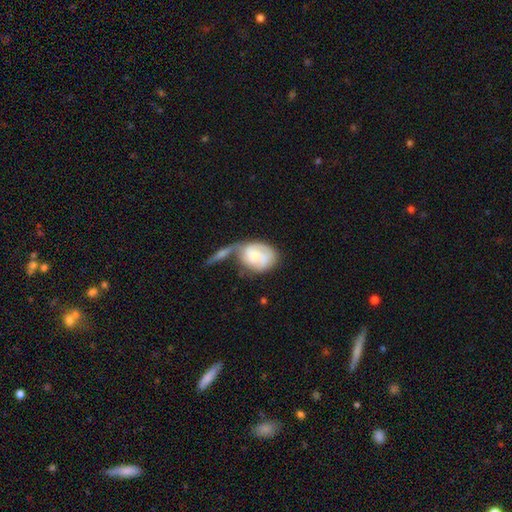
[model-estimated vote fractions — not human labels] Smooth or featured?
  - smooth: 47% *
  - featured or disk: 46%
  - star or artifact: 7%
Merging?
  - merger: 40% *
  - none: 23%
  - major disturbance: 20%
  - minor disturbance: 18%